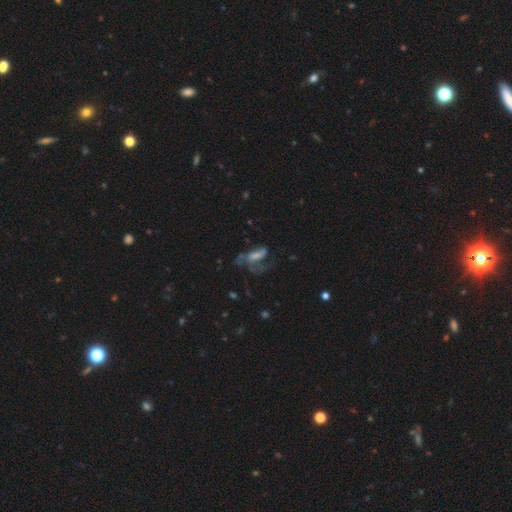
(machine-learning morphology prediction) smooth-or-featured: featured or disk: 65% | smooth: 20% | star or artifact: 15%
  disk-edge-on: no: 92% | yes: 8%
    bar: no: 47% | weak: 36% | strong: 16%
    has-spiral-arms: yes: 78% | no: 22%
    bulge-size: moderate: 35% | small: 32% | none: 19% | large: 12% | dominant: 2%
  merging: none: 40% | major disturbance: 39% | minor disturbance: 17% | merger: 4%